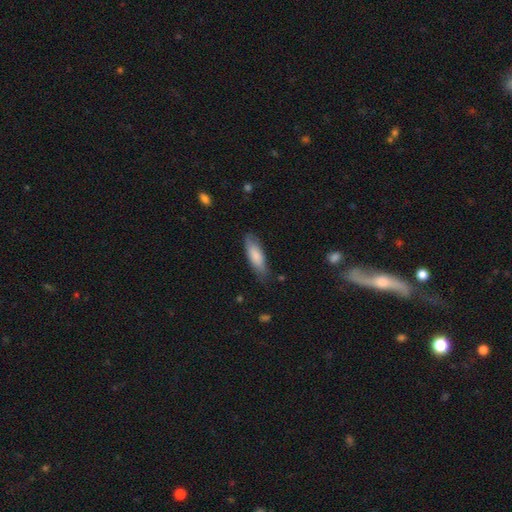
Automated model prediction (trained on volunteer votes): Smooth or featured? smooth (83%)
How rounded? in between (51%)
Merging? none (76%)